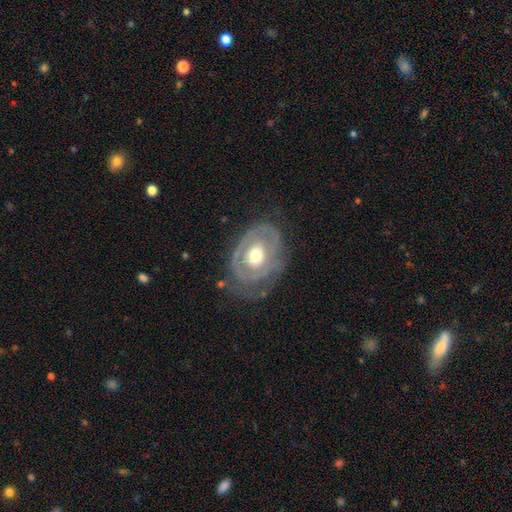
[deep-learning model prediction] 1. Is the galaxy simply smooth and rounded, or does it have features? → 73% featured or disk, 21% smooth, 5% star or artifact.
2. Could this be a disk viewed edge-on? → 95% no, 5% yes.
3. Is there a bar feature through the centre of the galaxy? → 82% no, 14% weak, 4% strong.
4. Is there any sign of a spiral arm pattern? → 57% yes, 43% no.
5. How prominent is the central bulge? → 67% moderate, 20% large, 10% small, 2% dominant, 1% none.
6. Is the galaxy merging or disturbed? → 58% none, 24% minor disturbance, 16% major disturbance, 2% merger.